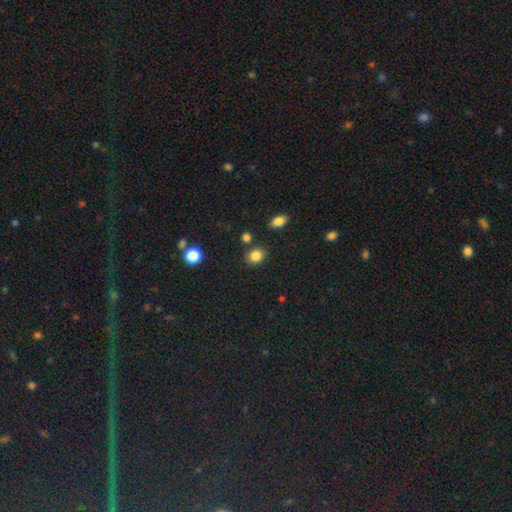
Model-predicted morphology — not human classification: This appears to be a smooth galaxy with no disk features (85%) that is round (61%). Merging: none (81%).